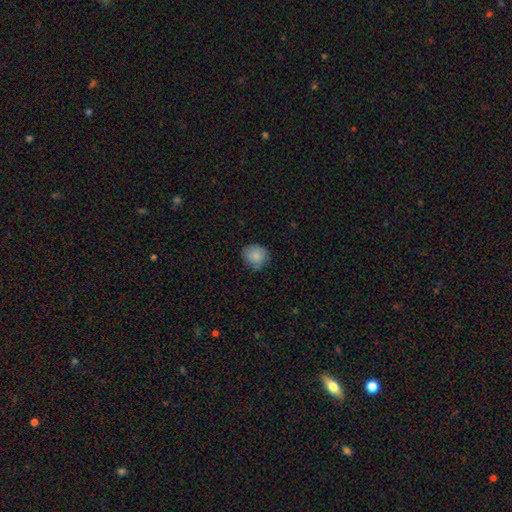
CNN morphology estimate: This appears to be a smooth galaxy with no disk features (85%) that is round (86%). Merging: none (78%).